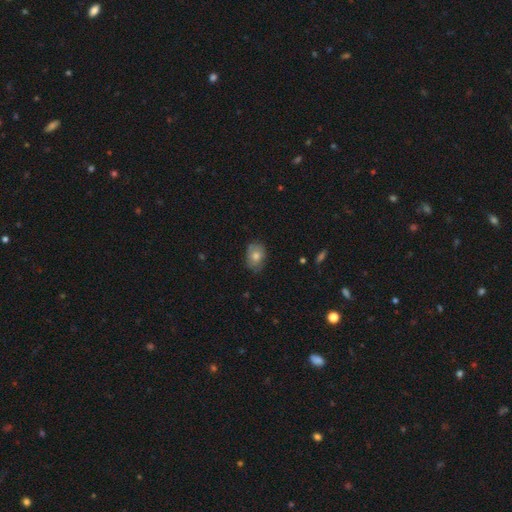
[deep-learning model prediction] This is likely a smooth galaxy (70%). How rounded: likely in between (71%). Merging: likely none (76%).